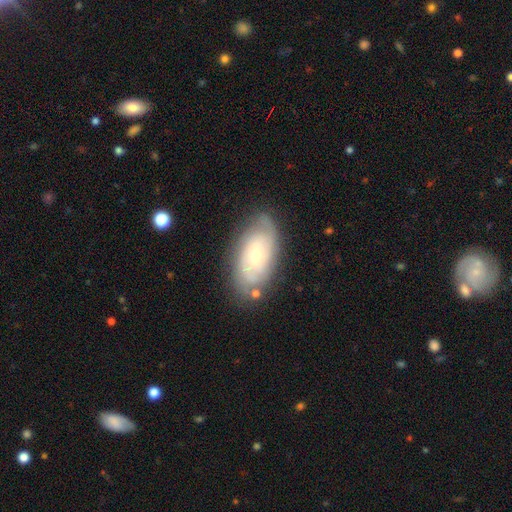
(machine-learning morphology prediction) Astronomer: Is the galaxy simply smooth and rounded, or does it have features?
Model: featured or disk — 71%.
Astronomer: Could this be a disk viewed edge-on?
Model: no — 93%.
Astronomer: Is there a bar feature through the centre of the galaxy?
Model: no — 71%.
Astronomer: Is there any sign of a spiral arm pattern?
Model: yes — 87%.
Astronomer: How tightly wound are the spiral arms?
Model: tight — 68%.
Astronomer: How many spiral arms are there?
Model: can't tell — 44% (runner-up: 2, 33%).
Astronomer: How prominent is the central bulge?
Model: small — 59% (runner-up: moderate, 37%).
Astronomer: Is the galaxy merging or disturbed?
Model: none — 75%.